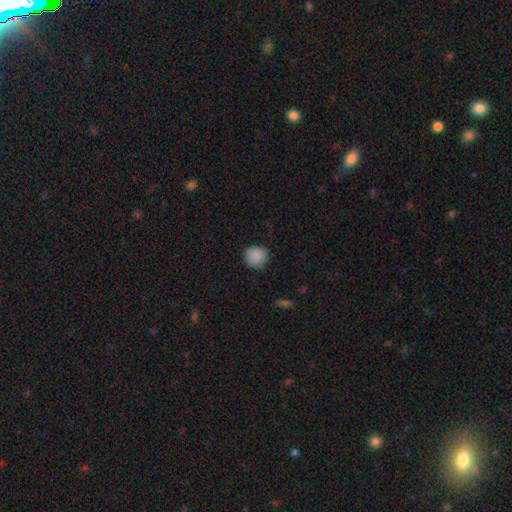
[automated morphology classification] This is clearly a smooth galaxy (88%). How rounded: clearly round (93%). Merging: clearly none (85%).